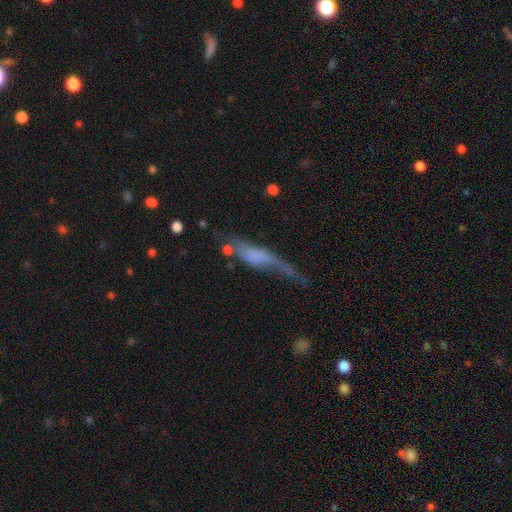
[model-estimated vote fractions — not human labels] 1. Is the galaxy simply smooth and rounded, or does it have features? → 46% smooth, 44% featured or disk, 10% star or artifact.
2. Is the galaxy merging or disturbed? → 36% major disturbance, 27% none, 25% minor disturbance, 12% merger.